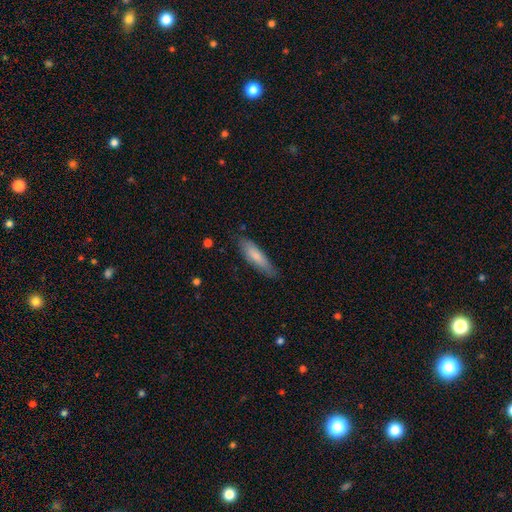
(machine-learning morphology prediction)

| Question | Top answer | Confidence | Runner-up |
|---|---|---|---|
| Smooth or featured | smooth | 79% | featured or disk (16%) |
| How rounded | cigar-shaped | 66% | in between (33%) |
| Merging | none | 80% | minor disturbance (16%) |